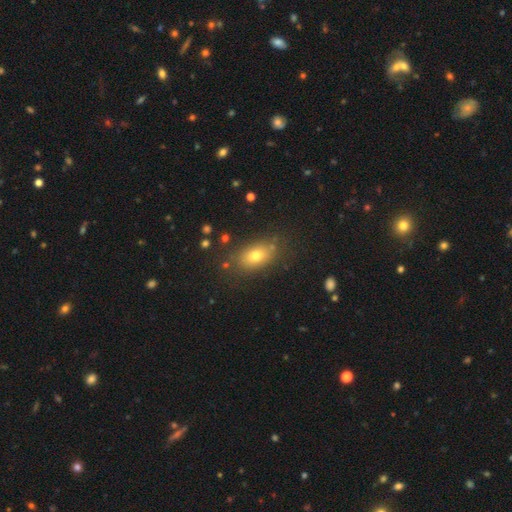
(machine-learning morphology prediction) A smooth galaxy with no disk features (73%) that is in between round and cigar-shaped (80%). Merging: none (81%).